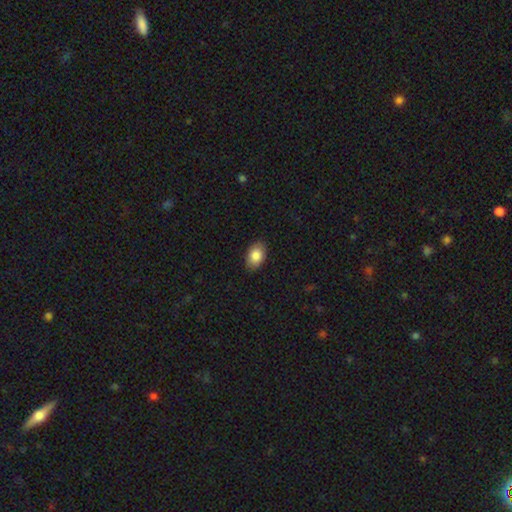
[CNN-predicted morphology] The model was most divided on "how rounded": in between: 87%, round: 12%, cigar-shaped: 1%. More confident: merging — none (89%); smooth or featured — smooth (86%).